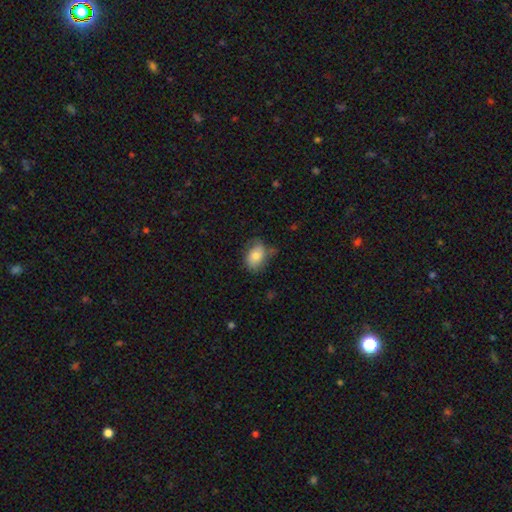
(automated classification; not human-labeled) Overall: smooth (77%). How rounded: in between (81%). Merging: none (56%; minor disturbance 32%).